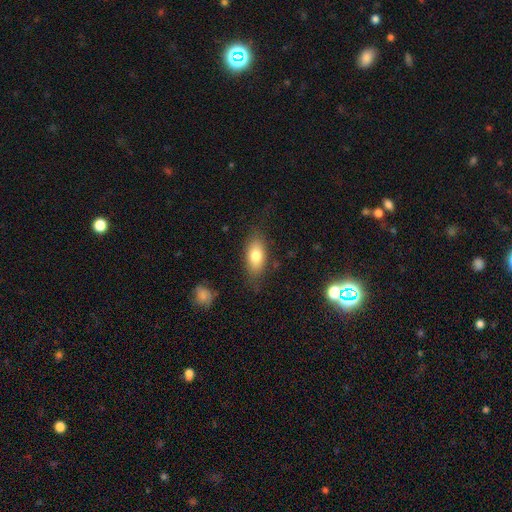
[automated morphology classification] Overall: smooth (78%). How rounded: in between (88%). Merging: none (78%).